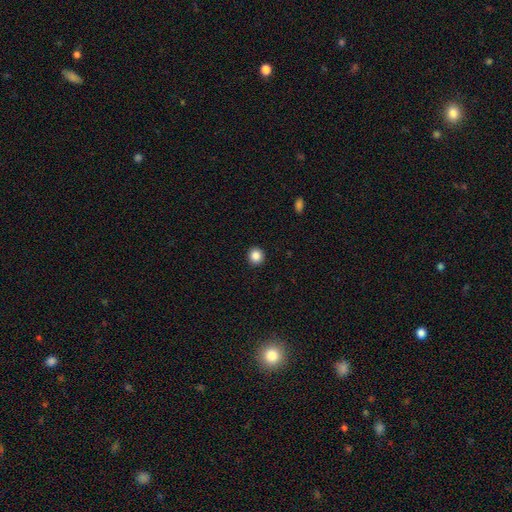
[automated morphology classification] A smooth galaxy with no disk features (86%) that is round (91%). Merging: none (93%).